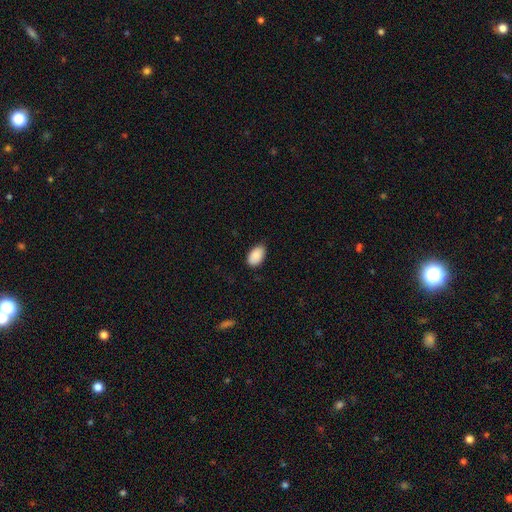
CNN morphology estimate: Smooth or featured? Predicted: smooth (p=0.90). How rounded? Predicted: in between (p=0.93). Merging? Predicted: none (p=0.77).